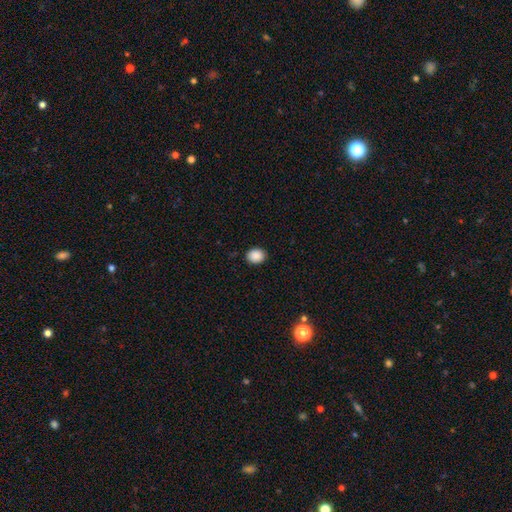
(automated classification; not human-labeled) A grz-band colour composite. It shows a smooth galaxy with no disk features (89%) that is round (59%). Merging: none (89%).